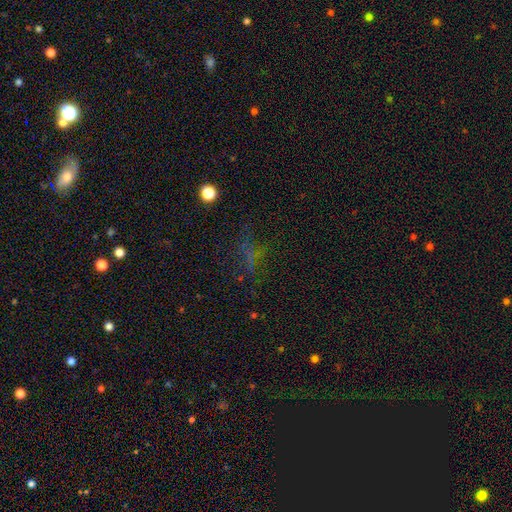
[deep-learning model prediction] The model was most divided on "smooth or featured": star or artifact: 41%, smooth: 36%, featured or disk: 23%.